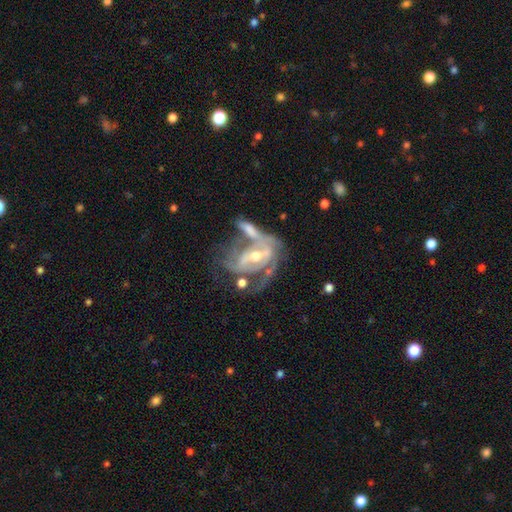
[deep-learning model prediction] A featured or disk galaxy (84%) with a weak bar (37%), 2 (49%) tight (44%) spiral arms (81%) and a moderate central bulge (59%).

Vote fractions:
- Smooth or featured? featured or disk: 84% / smooth: 10% / star or artifact: 6%
- Edge-on disk? no: 95% / yes: 5%
- Bar? weak: 37% / strong: 32% / no: 31%
- Spiral arms? yes: 81% / no: 19%
- Spiral winding? tight: 44% / medium: 39% / loose: 18%
- Spiral arm count? 2: 49% / can't tell: 29% / 1: 11% / 3: 7% / 4: 2% / more than 4: 2%
- Bulge size? moderate: 59% / small: 35% / large: 4% / none: 2% / dominant: 1%
- Merging? merger: 38% / none: 25% / major disturbance: 23% / minor disturbance: 14%